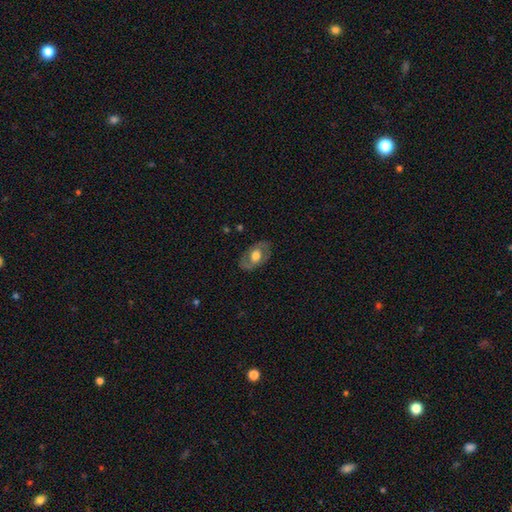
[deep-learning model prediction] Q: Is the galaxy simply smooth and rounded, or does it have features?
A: featured or disk — 51%.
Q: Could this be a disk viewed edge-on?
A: no — 90%.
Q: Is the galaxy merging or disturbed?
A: none — 79%.